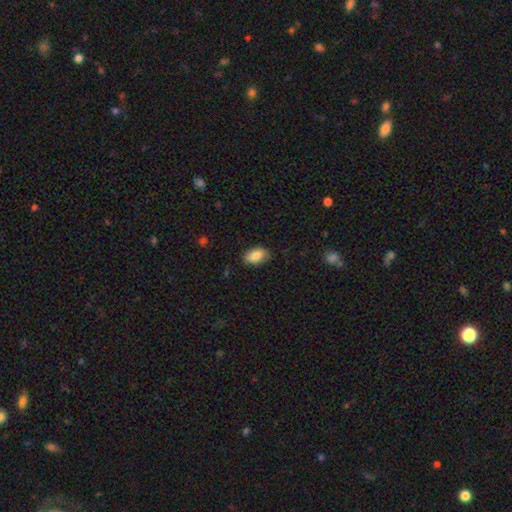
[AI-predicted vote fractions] Smooth or featured: smooth — 87% (star or artifact — 7%)
How rounded: in between — 91% (round — 6%)
Merging: none — 79% (minor disturbance — 17%)